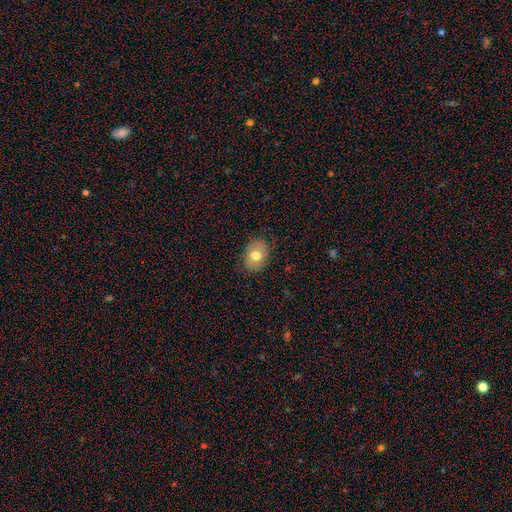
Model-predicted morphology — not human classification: type=smooth (74%); roundness=in between (62%); merging=none (83%).